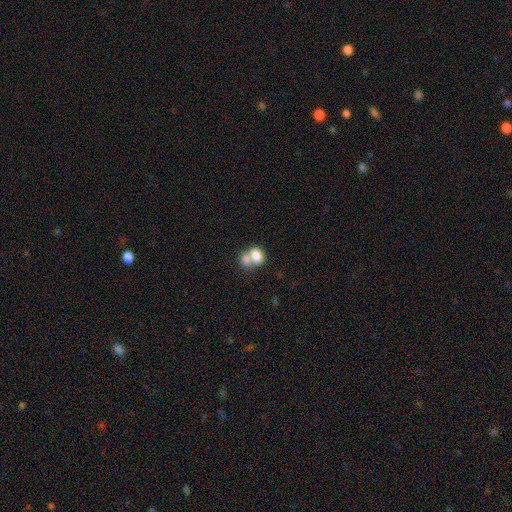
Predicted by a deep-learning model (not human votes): This appears to be a smooth galaxy with no disk features (78%) that is in between round and cigar-shaped (68%). Merging: merger (63%).